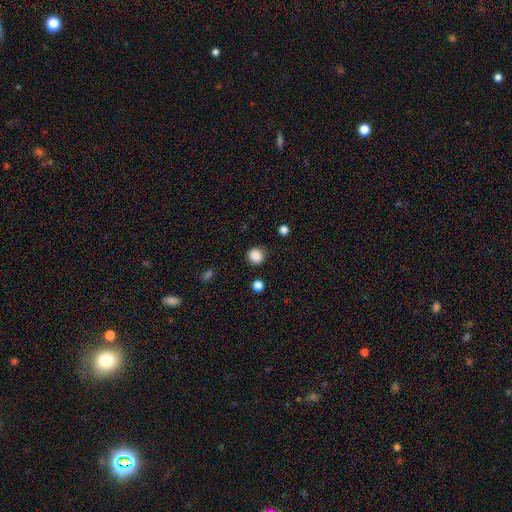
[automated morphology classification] A smooth galaxy with no disk features (86%) that is round (90%).

Vote fractions:
- Smooth or featured? smooth: 86% / star or artifact: 11% / featured or disk: 3%
- How rounded? round: 90% / in between: 9% / cigar-shaped: 1%
- Merging? none: 85% / minor disturbance: 10% / major disturbance: 3% / merger: 2%